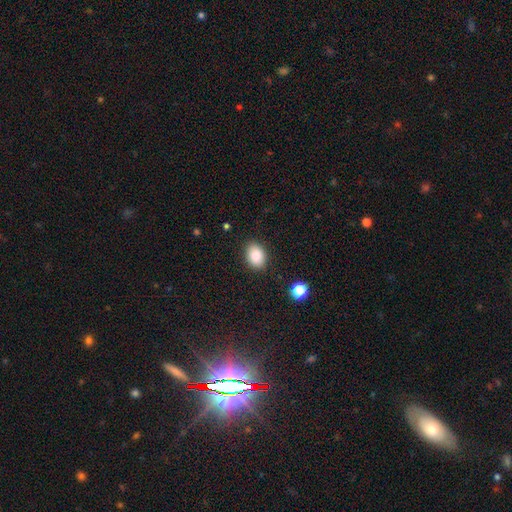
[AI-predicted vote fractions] Overall: smooth (84%). How rounded: in between (76%). Merging: none (87%).